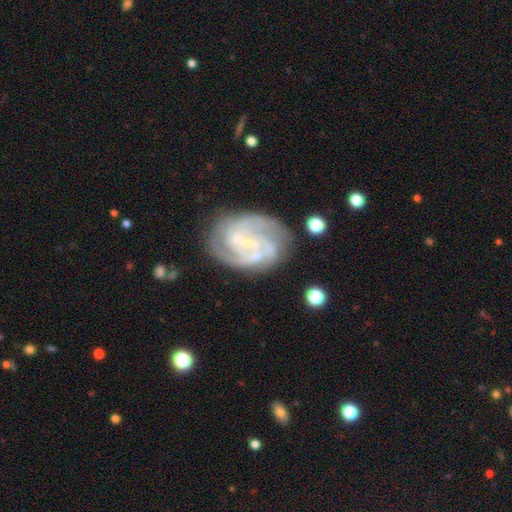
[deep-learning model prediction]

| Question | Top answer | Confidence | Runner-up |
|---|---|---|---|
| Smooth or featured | featured or disk | 83% | smooth (11%) |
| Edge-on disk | no | 98% | yes (2%) |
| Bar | weak | 45% | no (38%) |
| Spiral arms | yes | 93% | no (7%) |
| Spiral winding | tight | 55% | medium (36%) |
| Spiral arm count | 2 | 27% | can't tell (26%) |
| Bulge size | small | 72% | moderate (14%) |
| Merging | none | 66% | minor disturbance (20%) |